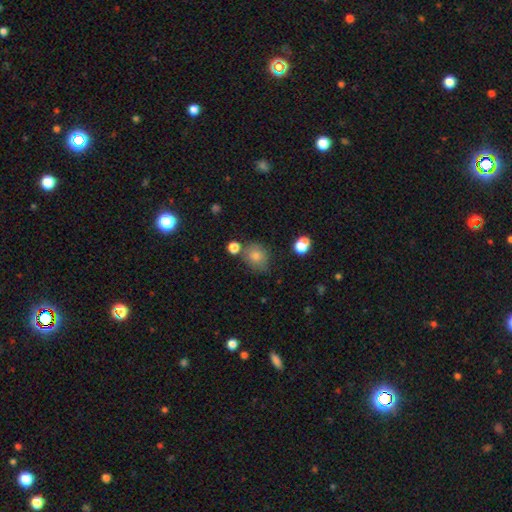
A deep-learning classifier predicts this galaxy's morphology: smooth 75%, star or artifact 16%, featured or disk 10%. Down the decision tree: how rounded — round (73%); merging — none (74%).